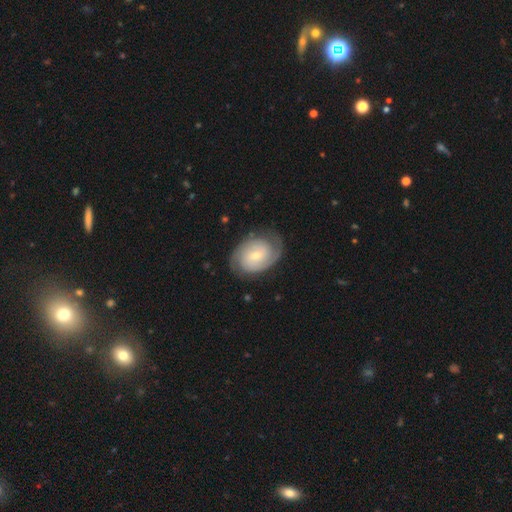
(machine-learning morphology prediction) Smooth or featured? Predicted: featured or disk (p=0.76). Edge-on disk? Predicted: no (p=0.97). Bar? Predicted: no (p=0.47). Spiral arms? Predicted: yes (p=0.93). Spiral winding? Predicted: tight (p=0.57). Spiral arm count? Predicted: 2 (p=0.73). Bulge size? Predicted: small (p=0.56). Merging? Predicted: none (p=0.76).